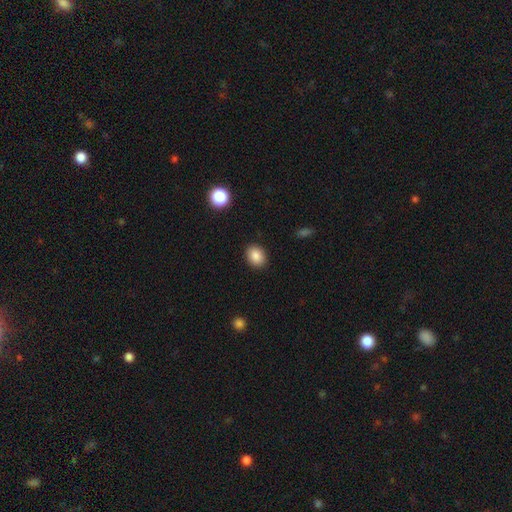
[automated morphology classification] smooth 87%, star or artifact 9%, featured or disk 4%. Down the decision tree: how rounded — in between (56%); merging — none (90%).